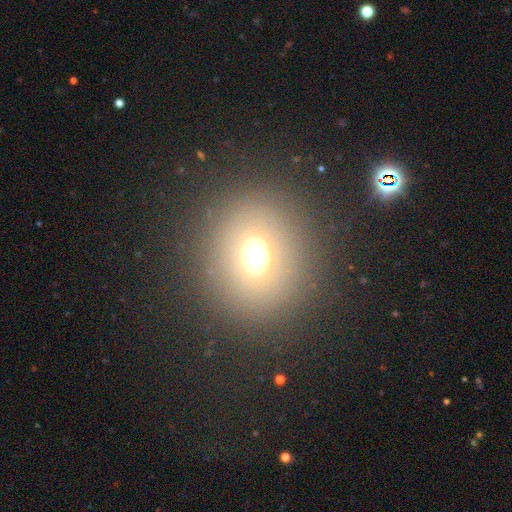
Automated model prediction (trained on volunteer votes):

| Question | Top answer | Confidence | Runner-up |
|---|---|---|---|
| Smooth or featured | smooth | 66% | star or artifact (21%) |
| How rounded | round | 81% | in between (18%) |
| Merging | none | 86% | minor disturbance (7%) |